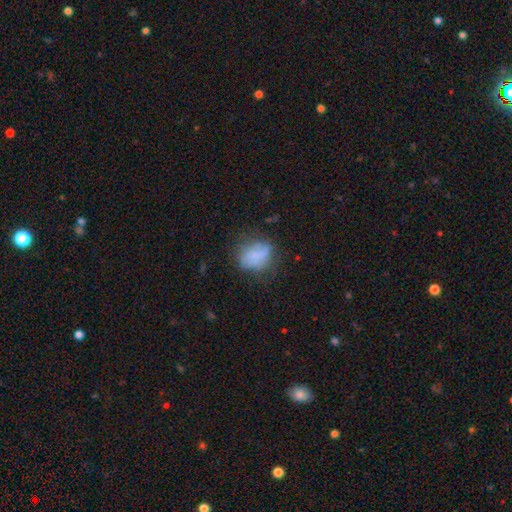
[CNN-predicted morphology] Smooth or featured?
  - smooth: 67% *
  - featured or disk: 22%
  - star or artifact: 11%
How rounded?
  - in between: 56% *
  - round: 42%
  - cigar-shaped: 2%
Merging?
  - none: 51% *
  - minor disturbance: 29%
  - major disturbance: 17%
  - merger: 3%